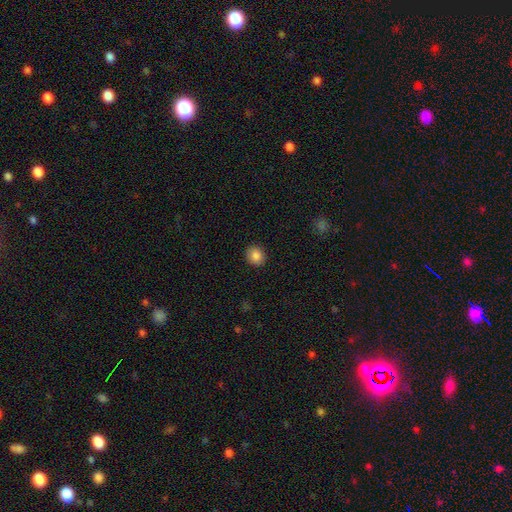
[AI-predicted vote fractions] The model was most divided on "how rounded": round: 77%, in between: 22%, cigar-shaped: 1%. More confident: merging — none (91%); smooth or featured — smooth (86%).